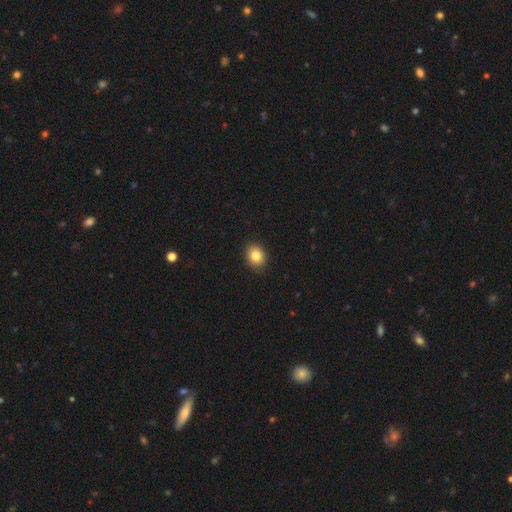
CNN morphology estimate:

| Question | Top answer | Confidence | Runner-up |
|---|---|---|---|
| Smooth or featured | smooth | 83% | star or artifact (10%) |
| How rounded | round | 58% | in between (42%) |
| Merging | none | 91% | minor disturbance (7%) |